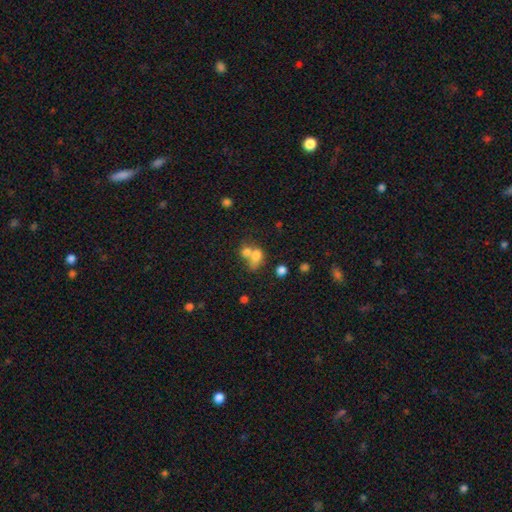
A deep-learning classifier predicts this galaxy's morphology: Overall: smooth (71%). How rounded: in between (56%; round 42%). Merging: merger (63%).